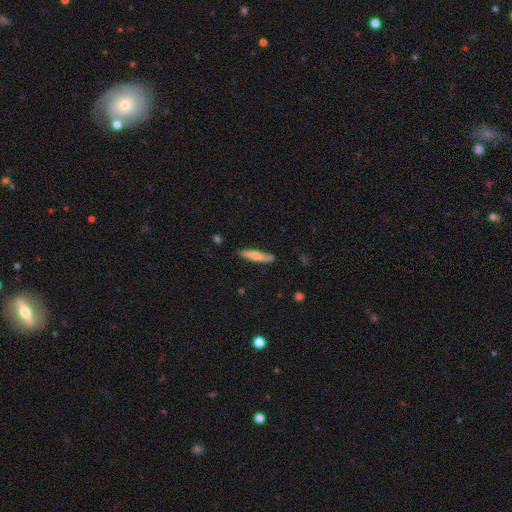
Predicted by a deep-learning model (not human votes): This appears to be a smooth galaxy with no disk features (72%) that is cigar-shaped (84%). Merging: none (79%).